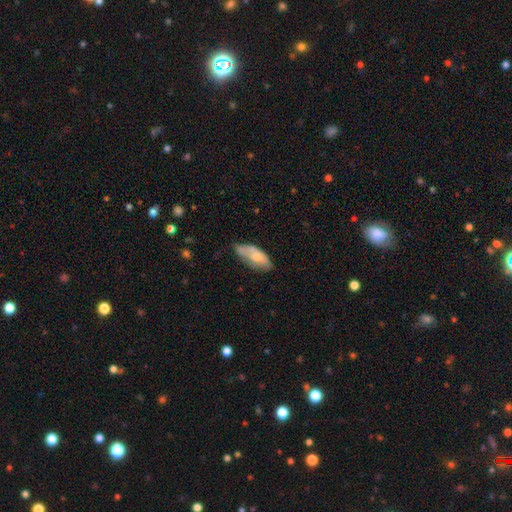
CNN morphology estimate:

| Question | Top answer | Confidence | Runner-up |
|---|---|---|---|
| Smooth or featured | smooth | 62% | featured or disk (31%) |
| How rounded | in between | 87% | cigar-shaped (11%) |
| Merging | none | 44% | minor disturbance (38%) |